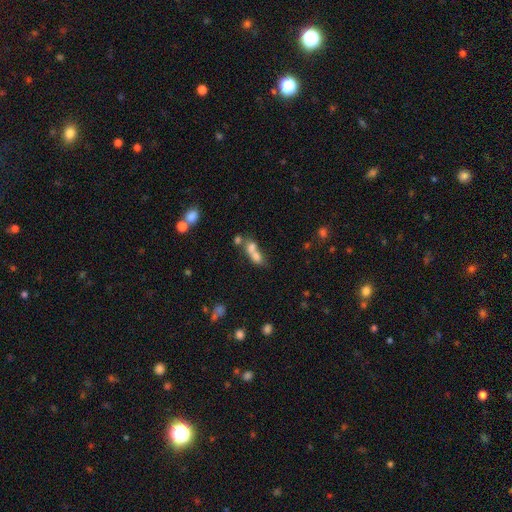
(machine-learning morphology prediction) This appears to be a smooth galaxy with no disk features (65%) that is in between round and cigar-shaped (57%). Merging: merger (69%).